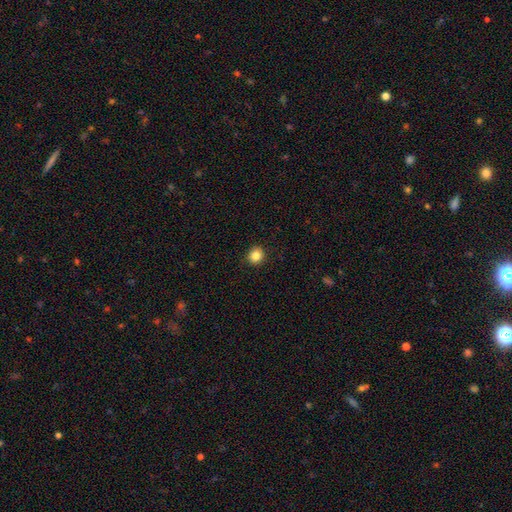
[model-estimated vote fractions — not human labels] A smooth galaxy with no disk features (85%) that is round (88%). Merging: none (92%).